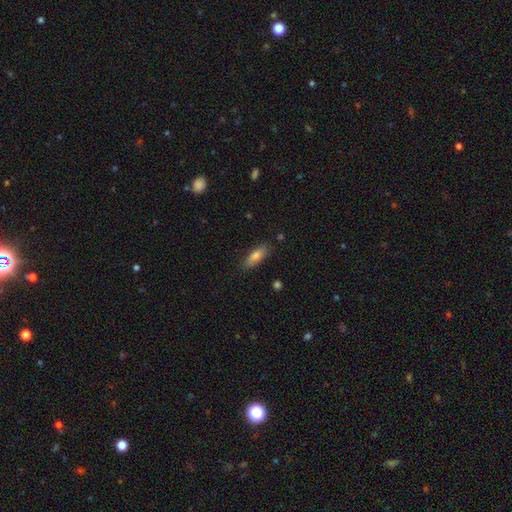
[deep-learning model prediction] A smooth galaxy with no disk features (78%) that is in between round and cigar-shaped (59%). Merging: none (83%).